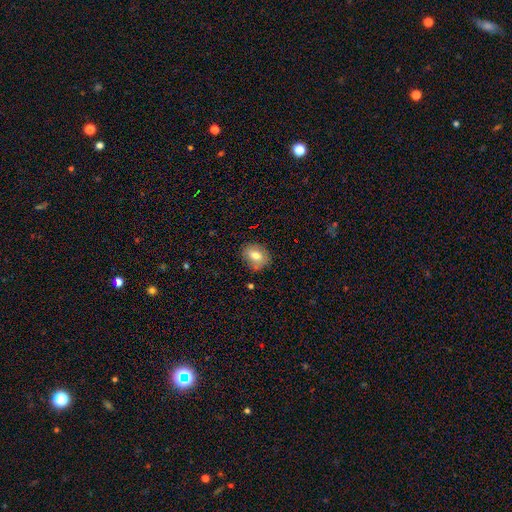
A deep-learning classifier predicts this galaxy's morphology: This appears to be a smooth galaxy with no disk features (73%) that is in between round and cigar-shaped (55%). Merging: none (78%).